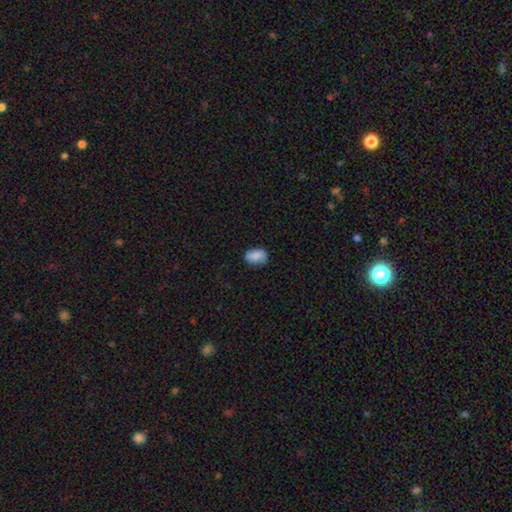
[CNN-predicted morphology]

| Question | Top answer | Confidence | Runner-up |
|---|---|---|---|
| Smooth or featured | smooth | 84% | star or artifact (8%) |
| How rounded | in between | 82% | round (16%) |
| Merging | none | 68% | minor disturbance (25%) |